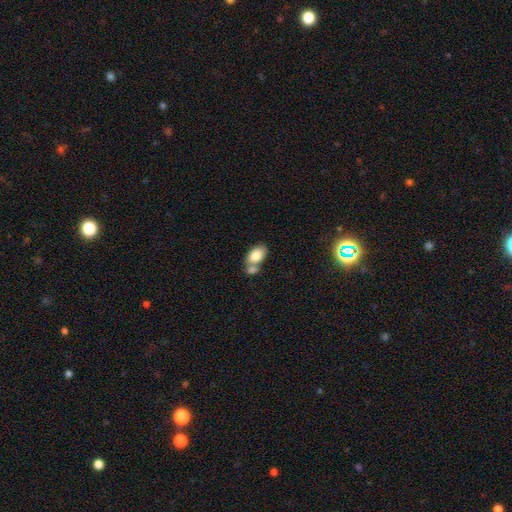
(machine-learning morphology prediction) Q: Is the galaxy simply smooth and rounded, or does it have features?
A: smooth — 81%.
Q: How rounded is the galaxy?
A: in between — 90%.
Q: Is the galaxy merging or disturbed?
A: merger — 46%.